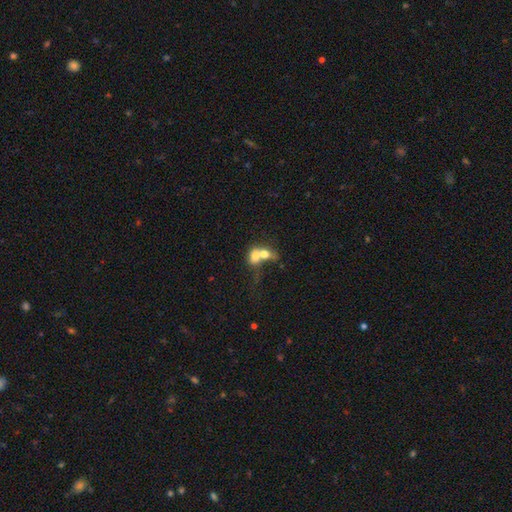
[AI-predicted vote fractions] smooth 67%, featured or disk 23%, star or artifact 9%. Down the decision tree: how rounded — in between (59%); merging — merger (76%).